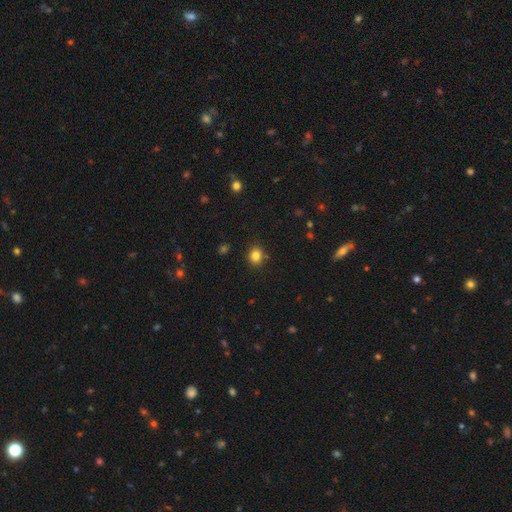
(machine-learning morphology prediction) This appears to be a smooth galaxy with no disk features (83%) that is round (61%). Merging: none (86%).